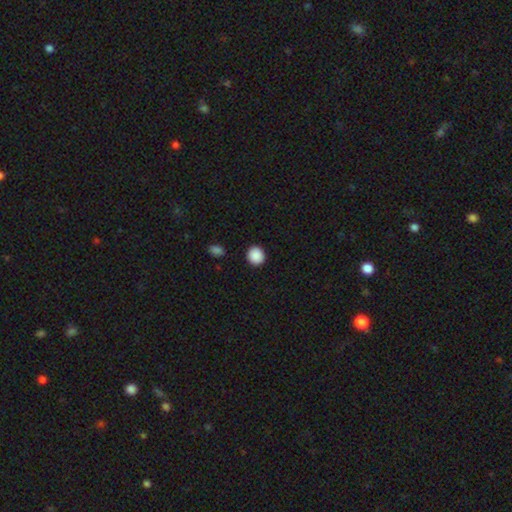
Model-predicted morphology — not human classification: A smooth galaxy with no disk features (89%) that is round (90%). Merging: none (92%).